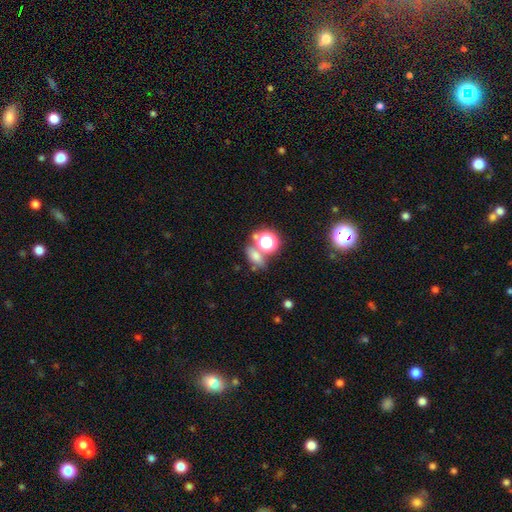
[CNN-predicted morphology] Smooth or featured? Predicted: smooth (p=0.64). How rounded? Predicted: in between (p=0.60). Merging? Predicted: none (p=0.57).